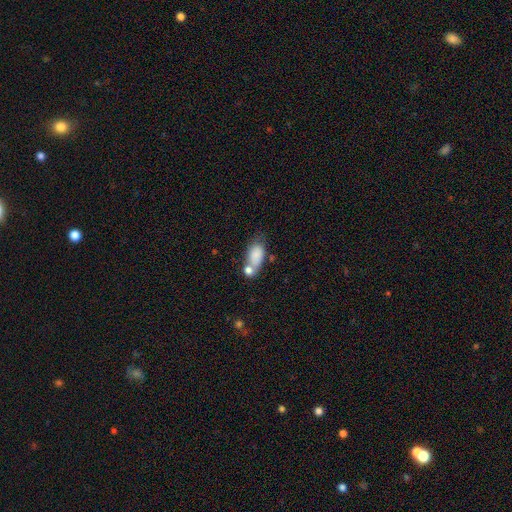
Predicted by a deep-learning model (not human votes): smooth-or-featured: smooth: 80% | featured or disk: 12% | star or artifact: 8%
  how-rounded: in between: 87% | round: 7% | cigar-shaped: 5%
  merging: merger: 39% | none: 35% | minor disturbance: 17% | major disturbance: 9%